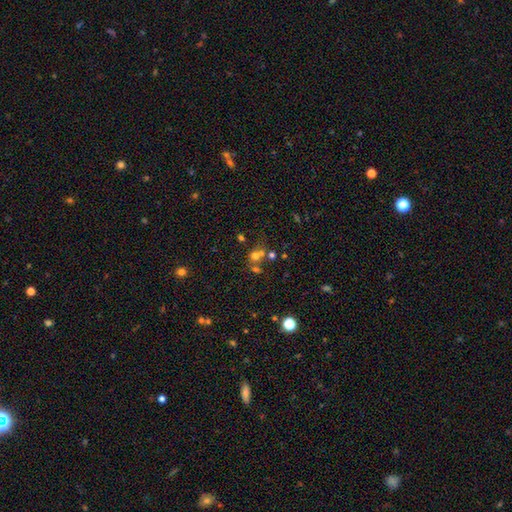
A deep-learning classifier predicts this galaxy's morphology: A smooth galaxy with no disk features (58%) that is round (79%). Merging: merger (44%).